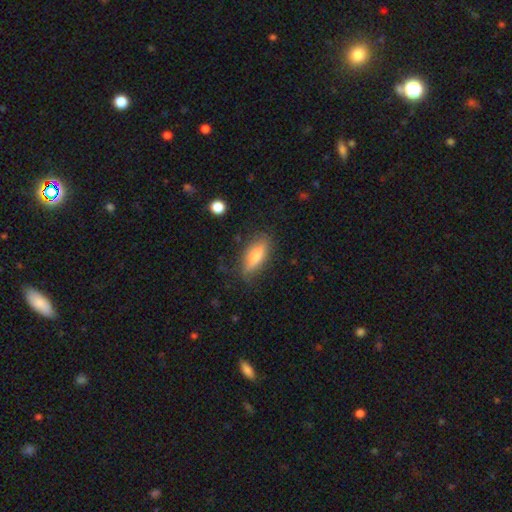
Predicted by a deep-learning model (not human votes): Overall: smooth (70%). How rounded: in between (60%; cigar-shaped 37%). Merging: none (77%).